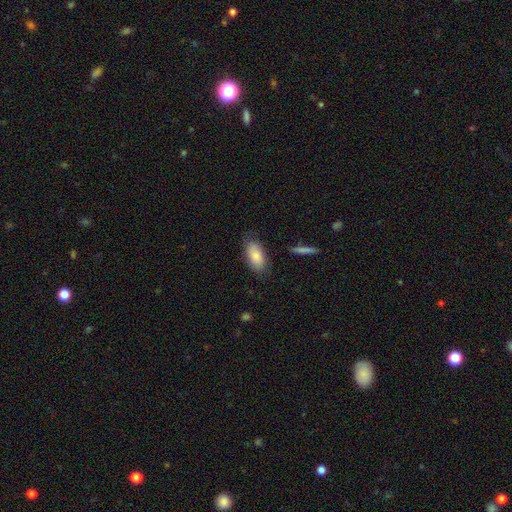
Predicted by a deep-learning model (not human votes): This is clearly a smooth galaxy (83%). How rounded: clearly in between (91%). Merging: likely none (78%).